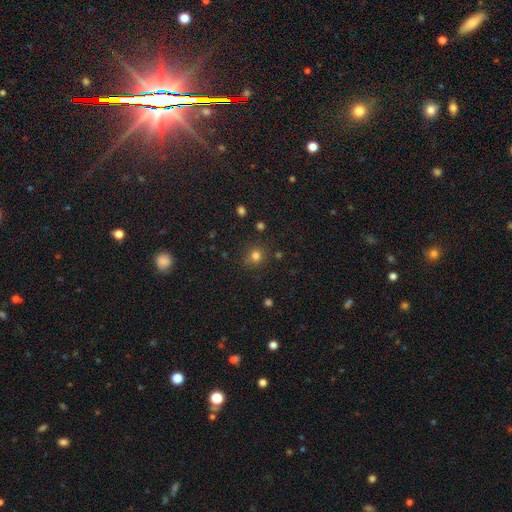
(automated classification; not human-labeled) smooth-or-featured: smooth: 78% | star or artifact: 16% | featured or disk: 6%
  how-rounded: round: 89% | in between: 10% | cigar-shaped: 1%
  merging: none: 82% | minor disturbance: 11% | merger: 4% | major disturbance: 3%